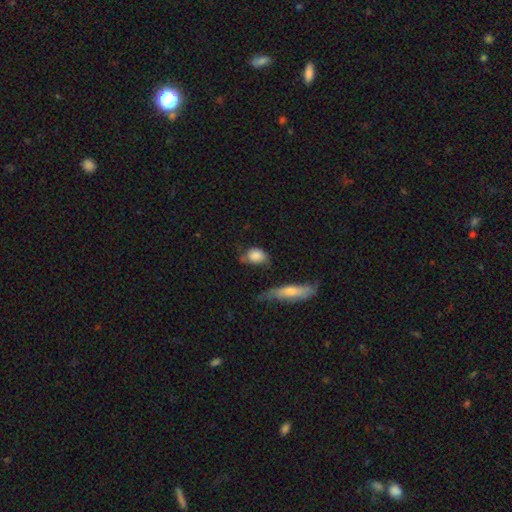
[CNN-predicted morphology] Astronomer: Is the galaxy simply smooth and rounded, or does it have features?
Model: smooth — 80%.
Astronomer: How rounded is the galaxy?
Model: in between — 56% (runner-up: round, 40%).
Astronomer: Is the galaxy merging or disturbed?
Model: none — 46% (runner-up: minor disturbance, 30%).